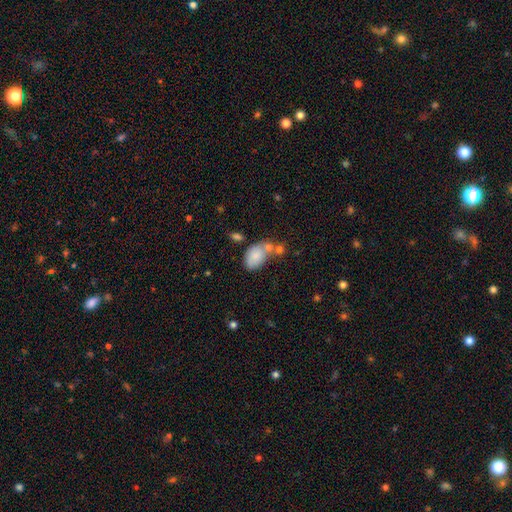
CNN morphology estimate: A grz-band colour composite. It shows a smooth galaxy with no disk features (80%) that is in between round and cigar-shaped (90%). Merging: none (39%).